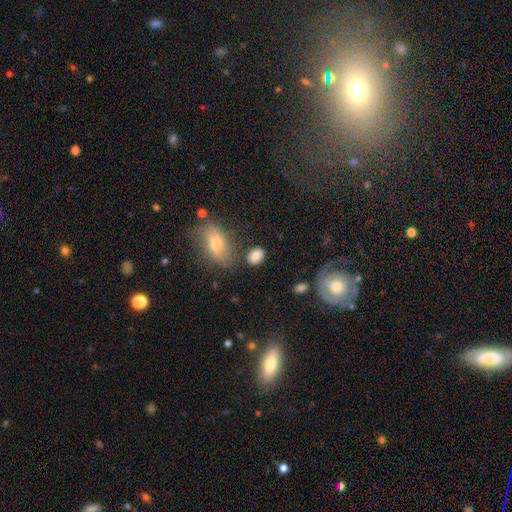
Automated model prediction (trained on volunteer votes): Q: Smooth or featured?
A: smooth (82%); runner-up: star or artifact (9%)
Q: How rounded?
A: in between (79%); runner-up: round (19%)
Q: Merging?
A: none (68%); runner-up: minor disturbance (18%)